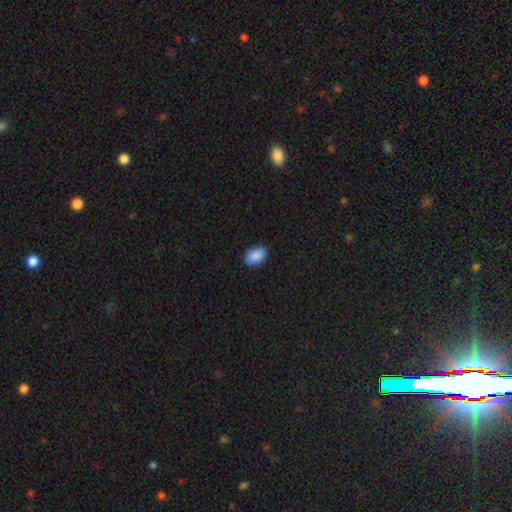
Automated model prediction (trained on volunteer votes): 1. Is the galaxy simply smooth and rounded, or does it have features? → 90% smooth, 7% star or artifact, 4% featured or disk.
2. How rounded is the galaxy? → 87% in between, 12% round, 1% cigar-shaped.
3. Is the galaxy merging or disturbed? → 88% none, 9% minor disturbance, 2% major disturbance, 1% merger.